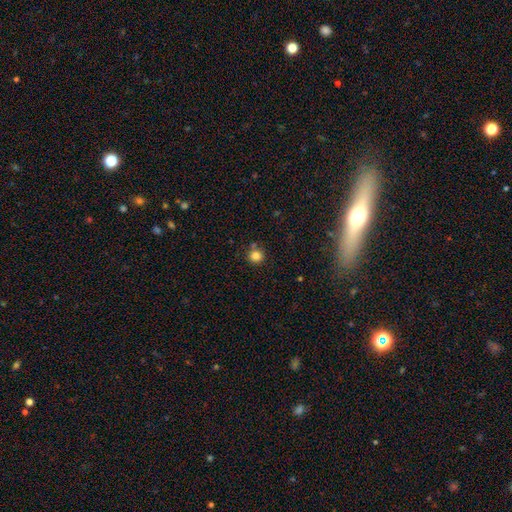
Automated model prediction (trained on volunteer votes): Q: Smooth or featured?
A: smooth (83%); runner-up: star or artifact (12%)
Q: How rounded?
A: round (92%); runner-up: in between (7%)
Q: Merging?
A: none (77%); runner-up: merger (10%)